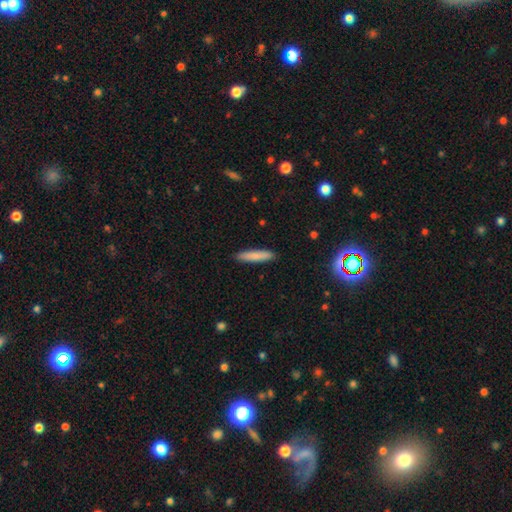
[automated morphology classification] Q: Smooth or featured?
A: smooth (83%); runner-up: featured or disk (11%)
Q: How rounded?
A: cigar-shaped (88%); runner-up: in between (11%)
Q: Merging?
A: none (91%); runner-up: minor disturbance (7%)